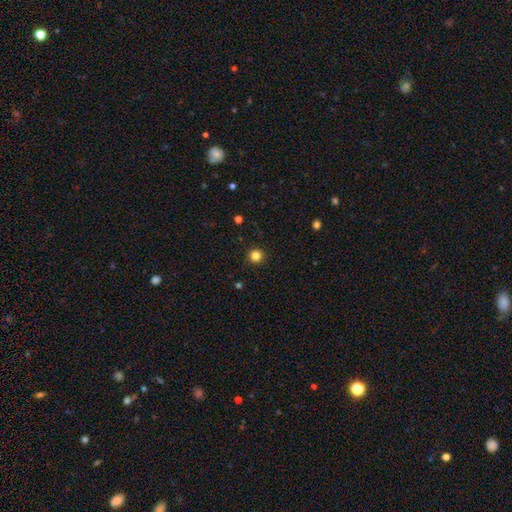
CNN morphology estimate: Smooth or featured?
  - smooth: 83% *
  - star or artifact: 13%
  - featured or disk: 4%
How rounded?
  - round: 96% *
  - in between: 3%
  - cigar-shaped: 1%
Merging?
  - none: 93% *
  - minor disturbance: 4%
  - major disturbance: 2%
  - merger: 1%